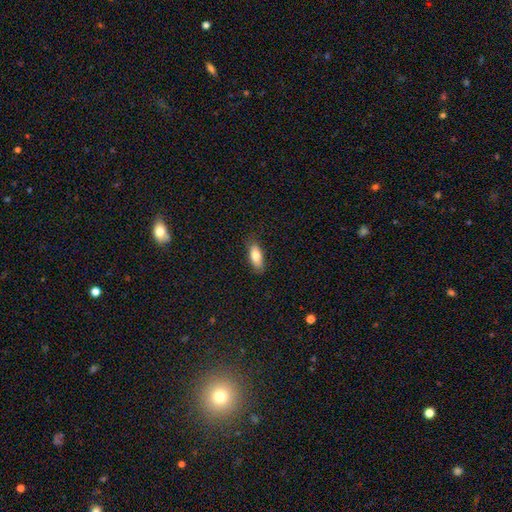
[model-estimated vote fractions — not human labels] Q: Smooth or featured?
A: smooth (79%); runner-up: featured or disk (14%)
Q: How rounded?
A: in between (76%); runner-up: cigar-shaped (21%)
Q: Merging?
A: none (83%); runner-up: minor disturbance (14%)